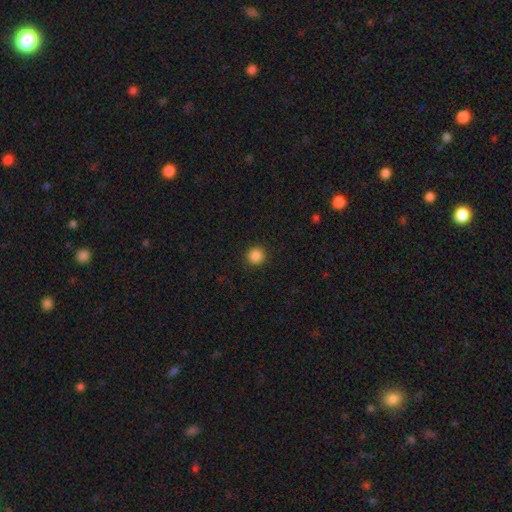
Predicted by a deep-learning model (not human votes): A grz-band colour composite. It shows a smooth galaxy with no disk features (87%) that is round (94%). Merging: none (92%).